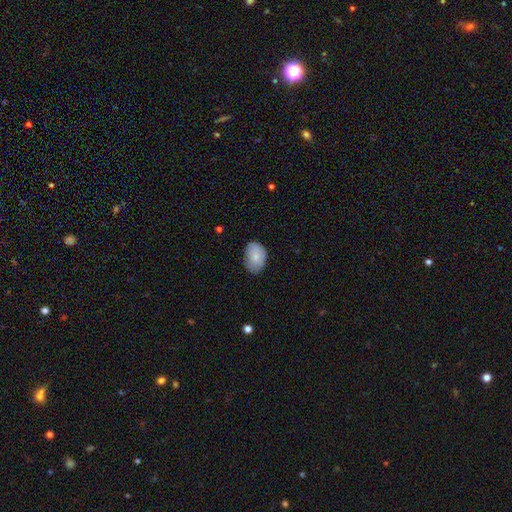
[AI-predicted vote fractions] Smooth or featured? Predicted: smooth (p=0.80). How rounded? Predicted: in between (p=0.83). Merging? Predicted: none (p=0.68).